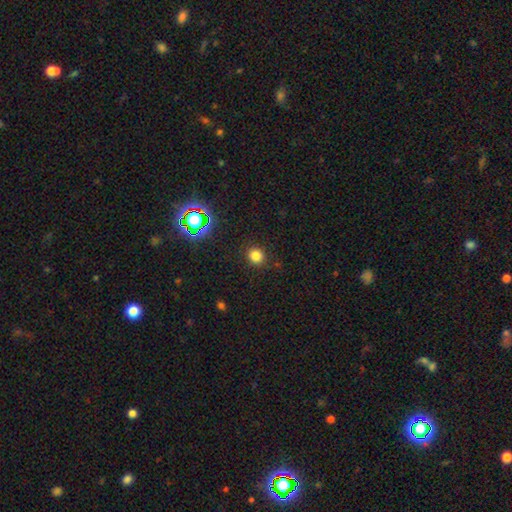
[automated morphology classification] This is likely a smooth galaxy (78%). How rounded: clearly round (89%). Merging: clearly none (90%).